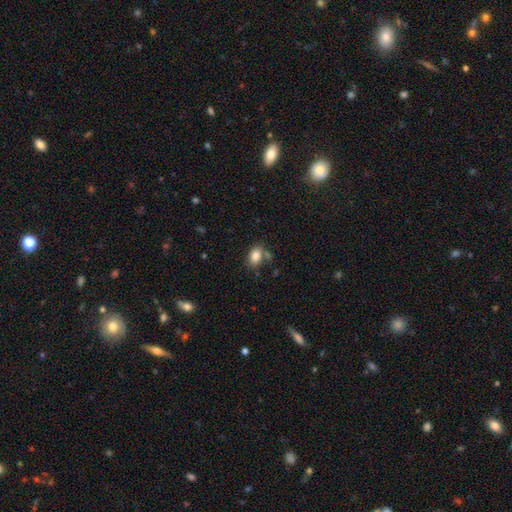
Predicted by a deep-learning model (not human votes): smooth-or-featured: smooth: 84% | star or artifact: 9% | featured or disk: 6%
  how-rounded: in between: 82% | round: 16% | cigar-shaped: 2%
  merging: none: 65% | minor disturbance: 17% | merger: 13% | major disturbance: 6%